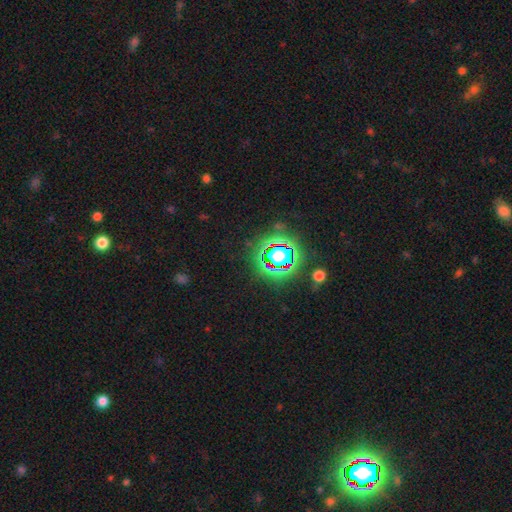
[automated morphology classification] Overall: star or artifact (81%).